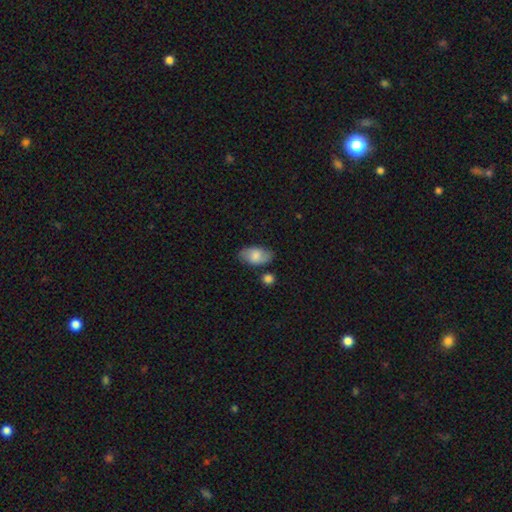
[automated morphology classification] This appears to be a smooth galaxy with no disk features (70%) that is in between round and cigar-shaped (92%). Merging: none (74%).